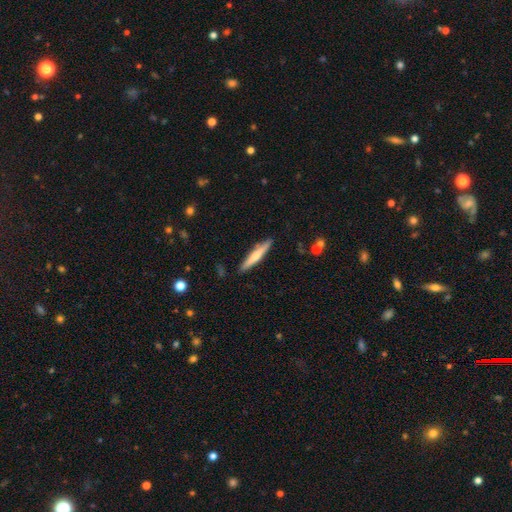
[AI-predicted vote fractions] Smooth or featured?
  - smooth: 59% *
  - featured or disk: 36%
  - star or artifact: 5%
How rounded?
  - cigar-shaped: 93% *
  - in between: 6%
  - round: 1%
Merging?
  - none: 88% *
  - minor disturbance: 9%
  - major disturbance: 2%
  - merger: 2%